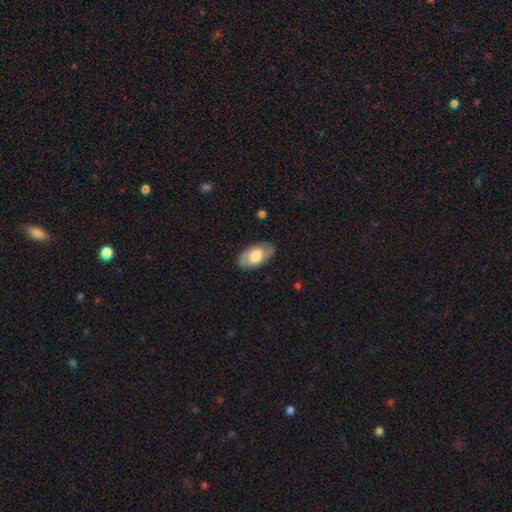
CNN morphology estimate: smooth_or_featured: smooth (p=0.63) [alt: featured or disk p=0.31]
how_rounded: in between (p=0.95) [alt: round p=0.03]
merging: none (p=0.82) [alt: minor disturbance p=0.14]